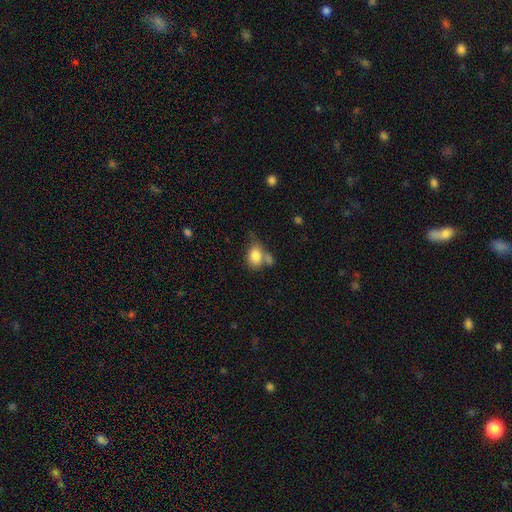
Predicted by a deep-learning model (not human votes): Q: Smooth or featured?
A: smooth (82%); runner-up: featured or disk (10%)
Q: How rounded?
A: in between (74%); runner-up: round (24%)
Q: Merging?
A: none (42%); runner-up: merger (31%)